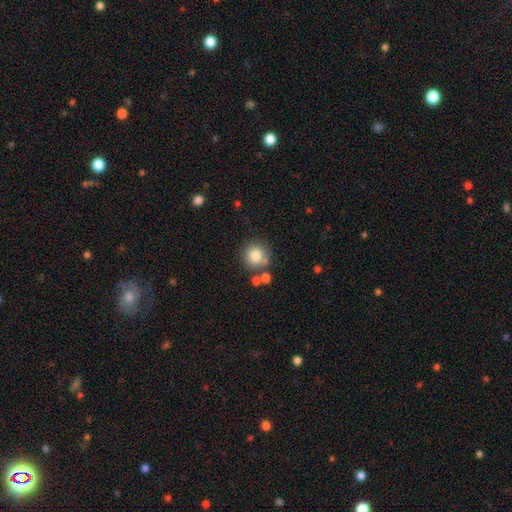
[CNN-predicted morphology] This is clearly a smooth galaxy (81%). How rounded: clearly round (93%). Merging: likely none (74%).